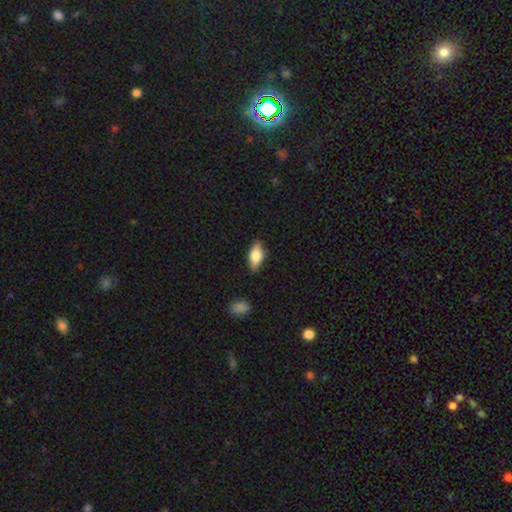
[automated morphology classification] This is likely a smooth galaxy (72%). How rounded: clearly in between (85%). Merging: clearly none (84%).